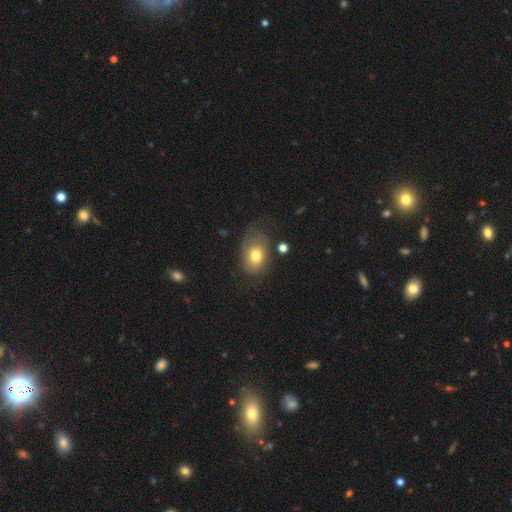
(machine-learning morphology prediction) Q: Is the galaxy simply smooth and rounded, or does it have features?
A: smooth — 71%.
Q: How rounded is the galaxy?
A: in between — 74%.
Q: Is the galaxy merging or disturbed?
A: none — 50%.